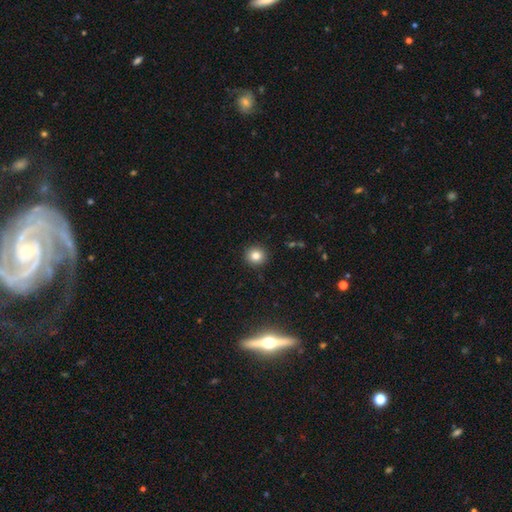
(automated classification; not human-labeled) Smooth or featured? smooth (82%)
How rounded? round (93%)
Merging? none (92%)